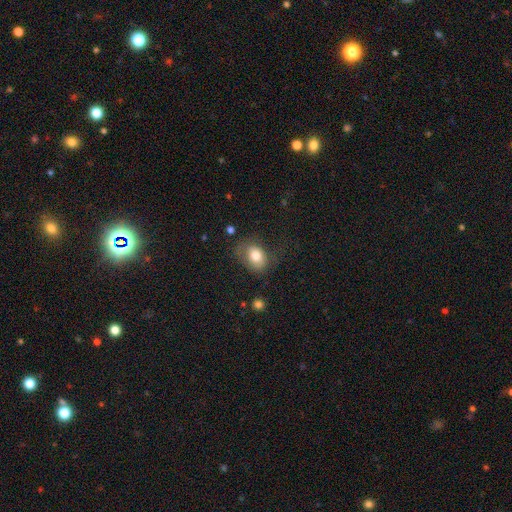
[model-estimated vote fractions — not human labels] Smooth or featured? smooth (77%)
How rounded? in between (70%)
Merging? none (51%)